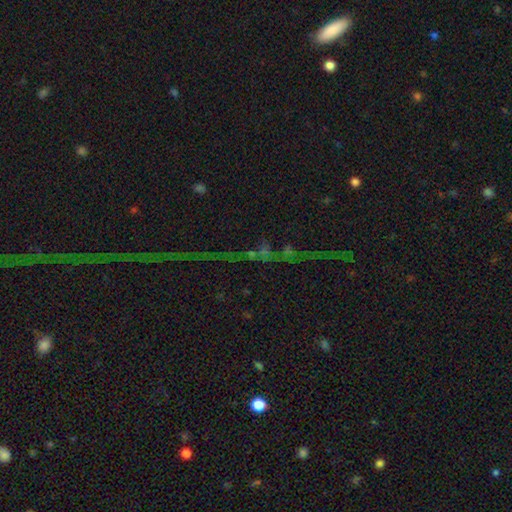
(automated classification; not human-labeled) smooth_or_featured: star or artifact (p=0.75) [alt: featured or disk p=0.14]